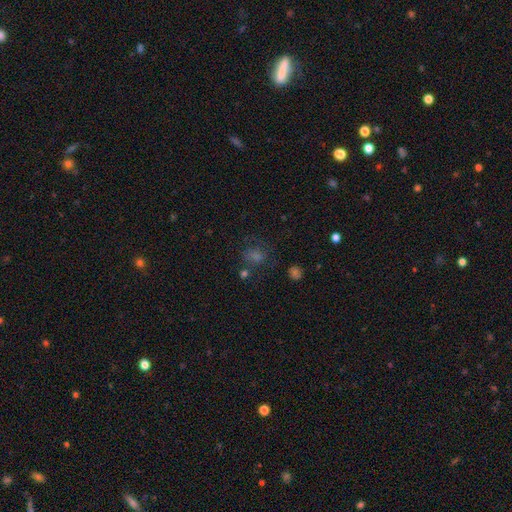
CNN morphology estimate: type=smooth (43%); merging=none (65%).